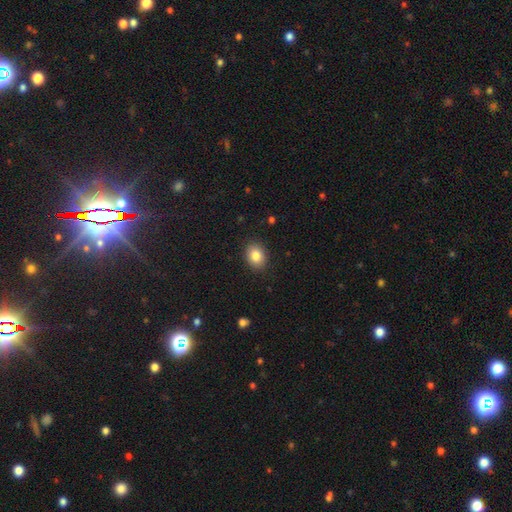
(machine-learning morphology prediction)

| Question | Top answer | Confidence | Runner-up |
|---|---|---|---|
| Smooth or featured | smooth | 84% | star or artifact (9%) |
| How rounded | in between | 61% | round (38%) |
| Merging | none | 89% | minor disturbance (8%) |